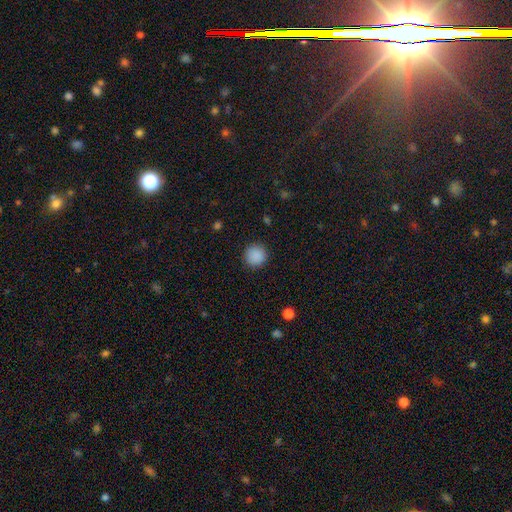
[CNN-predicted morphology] Smooth or featured: smooth — 89% (star or artifact — 9%)
How rounded: round — 94% (in between — 5%)
Merging: none — 91% (minor disturbance — 6%)